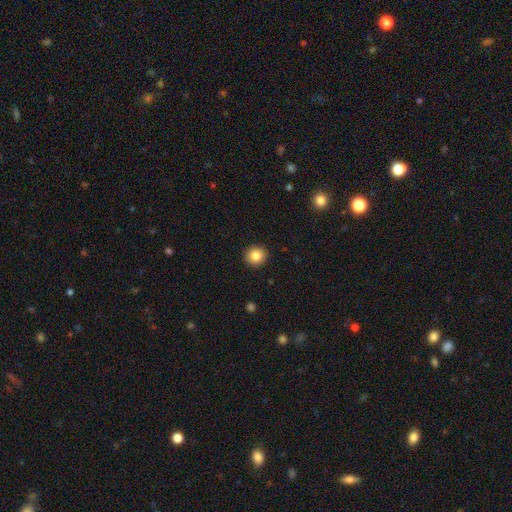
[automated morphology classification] Smooth or featured: smooth — 84% (star or artifact — 10%)
How rounded: round — 93% (in between — 6%)
Merging: none — 93% (minor disturbance — 5%)